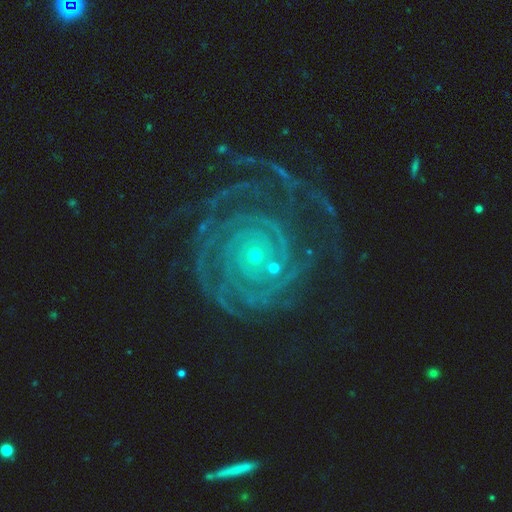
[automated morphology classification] Smooth or featured: featured or disk — 87% (star or artifact — 8%)
Edge-on disk: no — 98% (yes — 2%)
Bar: no — 79% (weak — 13%)
Spiral arms: yes — 97% (no — 3%)
Spiral winding: tight — 84% (medium — 12%)
Spiral arm count: can't tell — 24% (2 — 21%)
Bulge size: small — 85% (moderate — 9%)
Merging: none — 64% (minor disturbance — 18%)